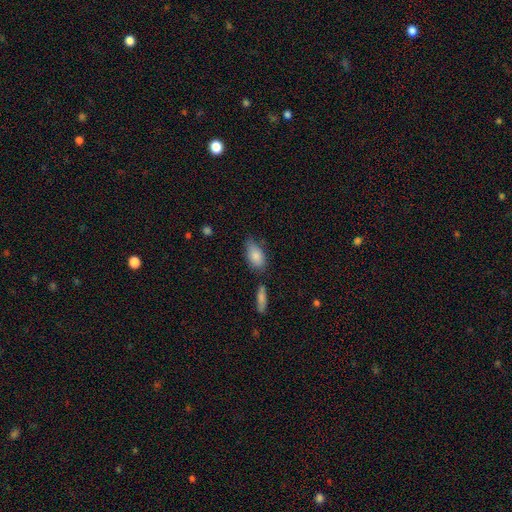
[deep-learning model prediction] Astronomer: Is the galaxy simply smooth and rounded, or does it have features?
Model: smooth — 84%.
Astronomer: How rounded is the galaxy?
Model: in between — 90%.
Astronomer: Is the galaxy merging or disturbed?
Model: none — 63%.